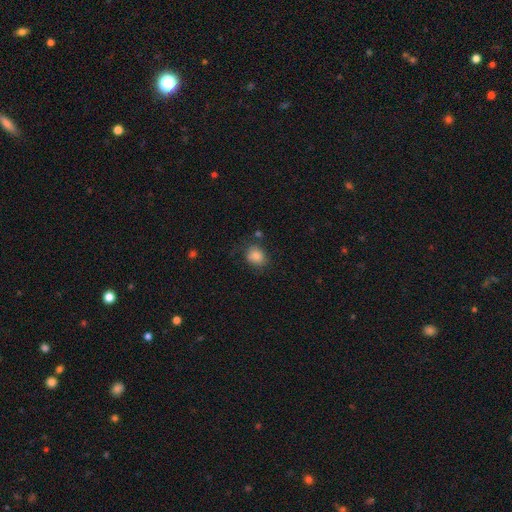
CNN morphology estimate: Overall: smooth (83%). How rounded: round (67%; in between 33%). Merging: none (70%).